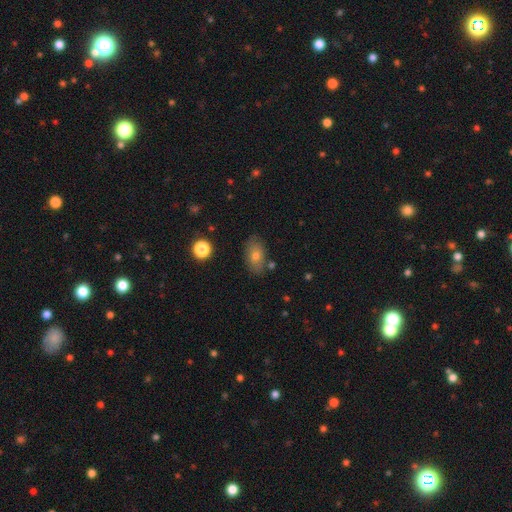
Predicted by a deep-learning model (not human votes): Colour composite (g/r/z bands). It shows a smooth galaxy with no disk features (72%) that is in between round and cigar-shaped (88%). Merging: none (80%).